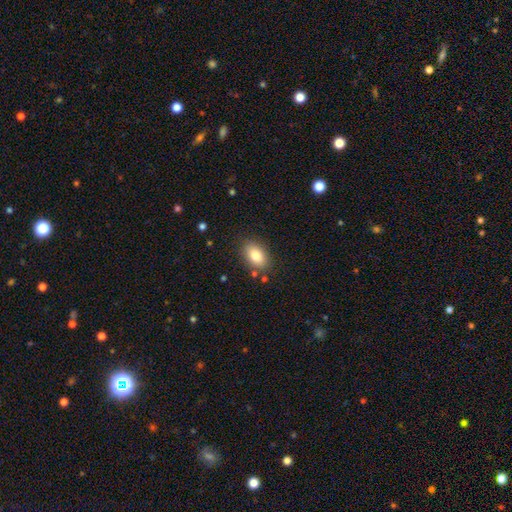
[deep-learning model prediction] A smooth galaxy with no disk features (83%) that is in between round and cigar-shaped (89%). Merging: none (83%).